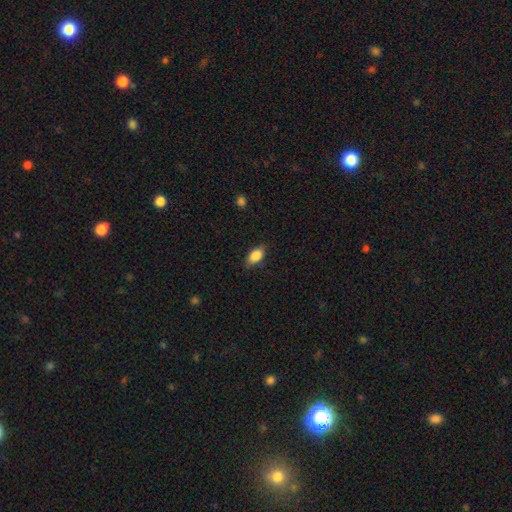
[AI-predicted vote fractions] Smooth or featured: smooth — 85% (featured or disk — 8%)
How rounded: in between — 88% (round — 7%)
Merging: none — 77% (minor disturbance — 18%)